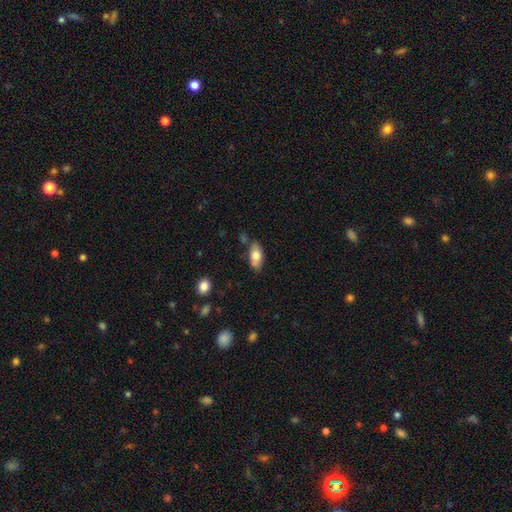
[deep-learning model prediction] Smooth or featured?
  - smooth: 74% *
  - featured or disk: 20%
  - star or artifact: 7%
How rounded?
  - in between: 86% *
  - cigar-shaped: 10%
  - round: 3%
Merging?
  - none: 73% *
  - minor disturbance: 18%
  - merger: 6%
  - major disturbance: 4%